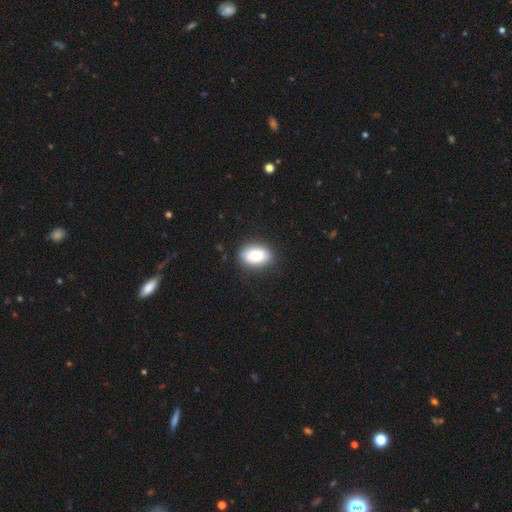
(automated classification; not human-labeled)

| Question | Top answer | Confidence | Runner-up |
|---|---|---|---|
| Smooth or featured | smooth | 83% | featured or disk (10%) |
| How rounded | in between | 87% | round (12%) |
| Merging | none | 83% | minor disturbance (13%) |